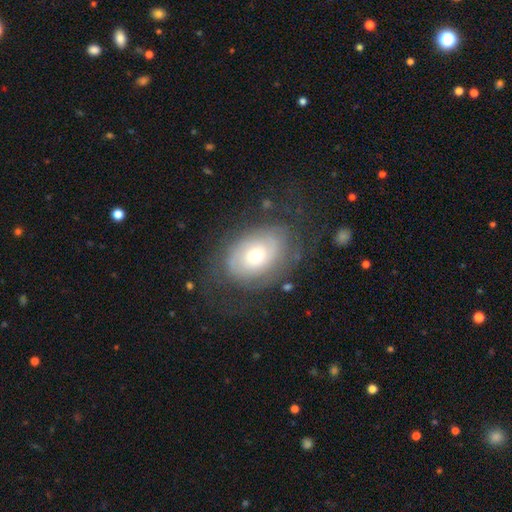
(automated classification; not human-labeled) Overall: featured or disk (60%; smooth 32%). Edge-on disk: no (94%). Bar: no (83%). Spiral arms: yes (68%; no 32%). Bulge size: moderate (59%; small 32%). Merging: none (64%).